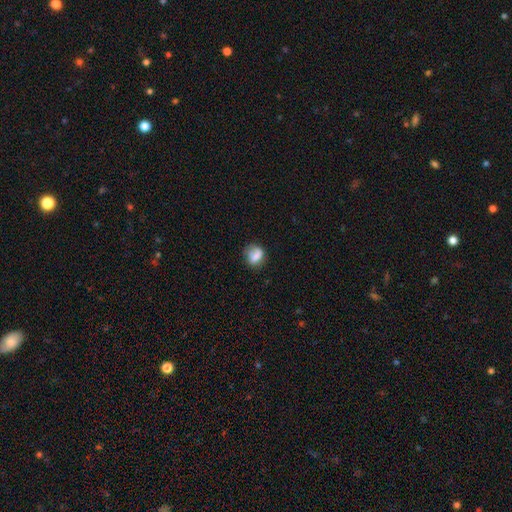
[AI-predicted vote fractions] This is likely a smooth galaxy (74%). How rounded: likely round (62%). Merging: possibly none (59%).